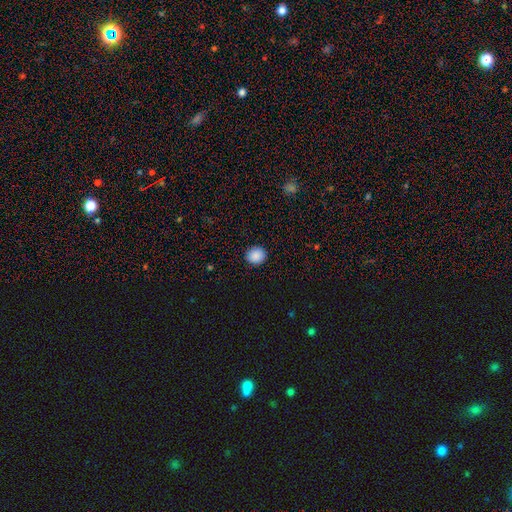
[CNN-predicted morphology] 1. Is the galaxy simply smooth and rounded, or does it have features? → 88% smooth, 9% star or artifact, 3% featured or disk.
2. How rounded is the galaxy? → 89% round, 10% in between, 1% cigar-shaped.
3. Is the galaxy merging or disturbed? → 91% none, 6% minor disturbance, 2% major disturbance, 1% merger.